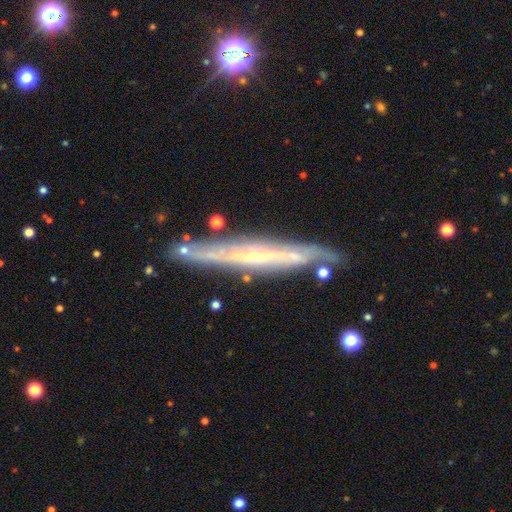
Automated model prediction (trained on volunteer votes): The model was most divided on "edge-on bulge": none: 59%, rounded: 36%, boxy: 5%. More confident: edge-on disk — yes (89%); merging — none (82%); smooth or featured — featured or disk (76%).